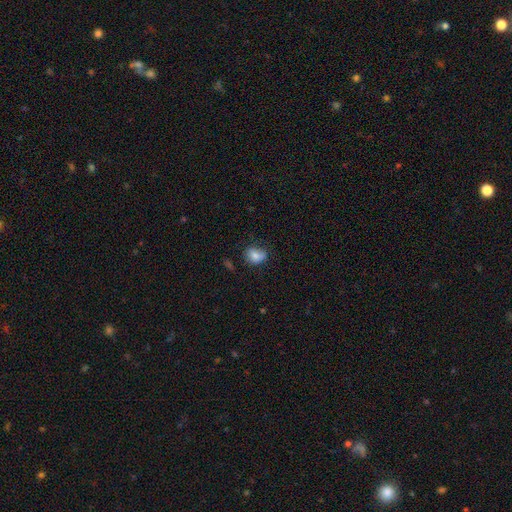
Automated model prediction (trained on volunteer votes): smooth 80%, featured or disk 11%, star or artifact 9%. Down the decision tree: how rounded — in between (61%); merging — none (64%).